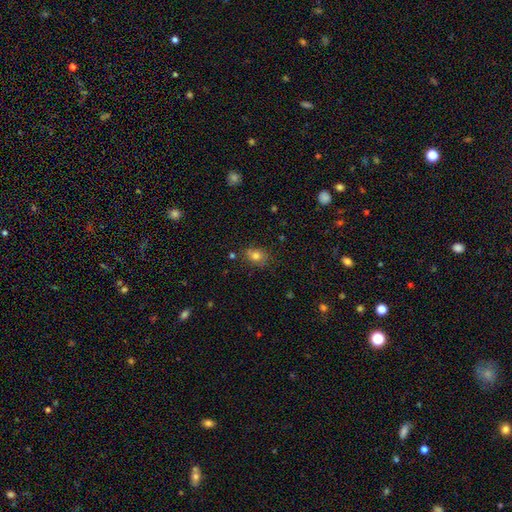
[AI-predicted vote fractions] Q: Smooth or featured?
A: smooth (77%); runner-up: star or artifact (13%)
Q: How rounded?
A: round (54%); runner-up: in between (45%)
Q: Merging?
A: none (70%); runner-up: minor disturbance (19%)